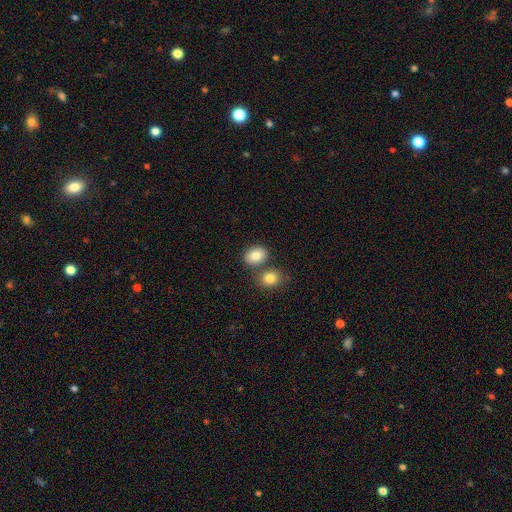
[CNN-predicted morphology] Overall: smooth (83%). How rounded: in between (60%; round 39%). Merging: none (63%; merger 24%).